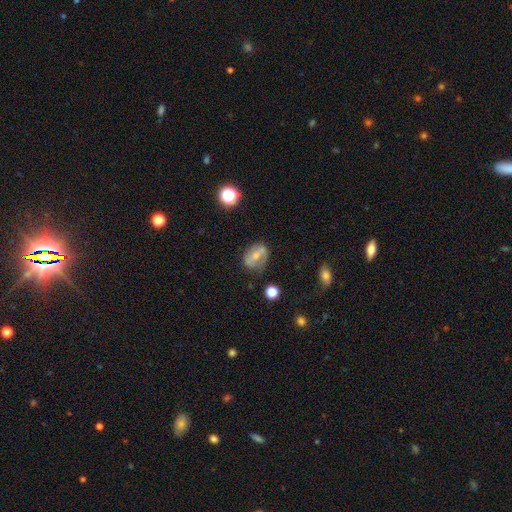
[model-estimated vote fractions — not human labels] Q: Smooth or featured?
A: featured or disk (51%); runner-up: smooth (39%)
Q: Edge-on disk?
A: no (92%); runner-up: yes (8%)
Q: Merging?
A: none (67%); runner-up: minor disturbance (22%)